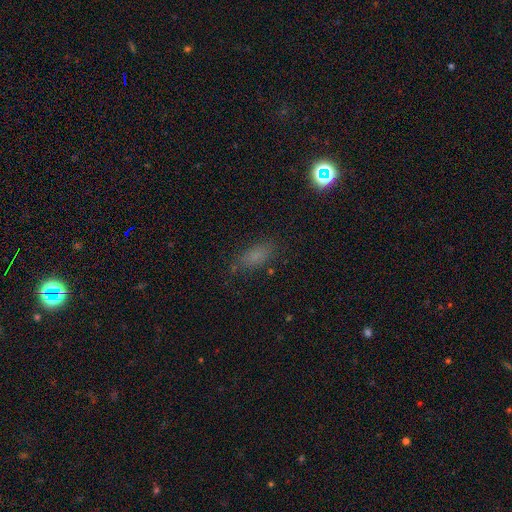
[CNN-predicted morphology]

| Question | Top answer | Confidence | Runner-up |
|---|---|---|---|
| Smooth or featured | smooth | 73% | star or artifact (18%) |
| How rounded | in between | 77% | cigar-shaped (17%) |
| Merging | none | 75% | minor disturbance (17%) |